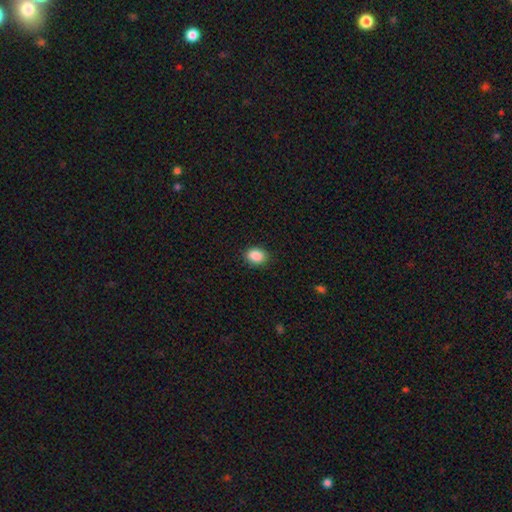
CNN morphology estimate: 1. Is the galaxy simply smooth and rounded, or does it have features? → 89% smooth, 8% star or artifact, 3% featured or disk.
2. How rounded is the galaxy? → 61% in between, 38% round, 1% cigar-shaped.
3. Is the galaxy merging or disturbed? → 89% none, 8% minor disturbance, 2% major disturbance, 1% merger.